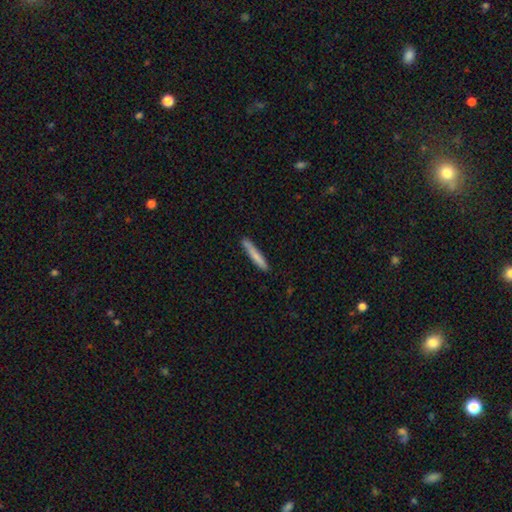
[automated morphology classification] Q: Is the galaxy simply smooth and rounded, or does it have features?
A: smooth — 77%.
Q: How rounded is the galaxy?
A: cigar-shaped — 94%.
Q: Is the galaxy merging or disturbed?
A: none — 83%.